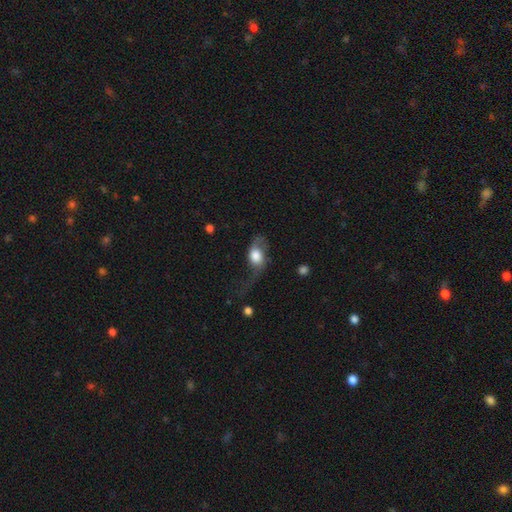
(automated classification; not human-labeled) Smooth or featured: smooth — 56% (featured or disk — 37%)
How rounded: in between — 72% (round — 25%)
Merging: major disturbance — 50% (none — 26%)